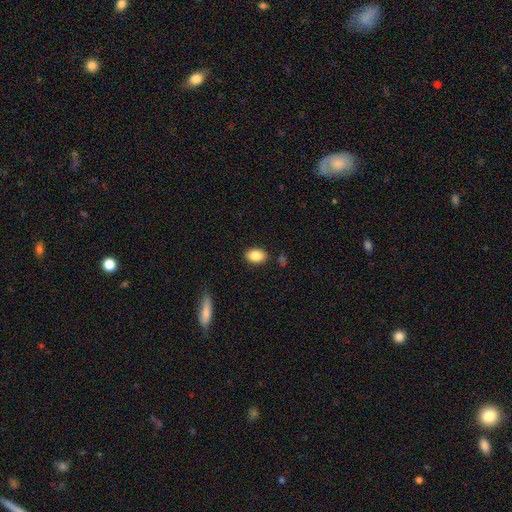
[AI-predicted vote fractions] Q: Smooth or featured?
A: smooth (85%); runner-up: star or artifact (8%)
Q: How rounded?
A: in between (87%); runner-up: round (12%)
Q: Merging?
A: none (85%); runner-up: minor disturbance (10%)